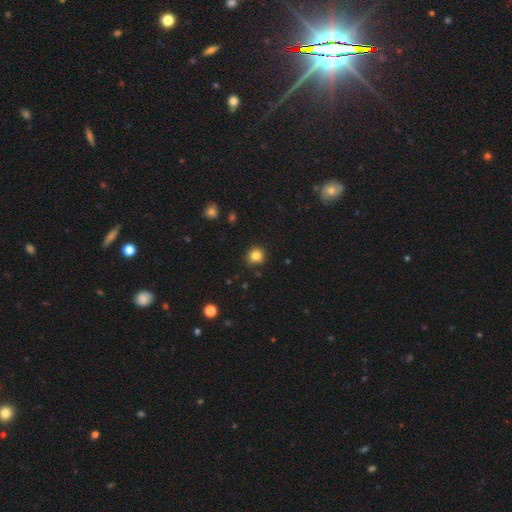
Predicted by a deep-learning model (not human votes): Morphology: type=smooth (83%); roundness=round (89%); merging=none (88%).